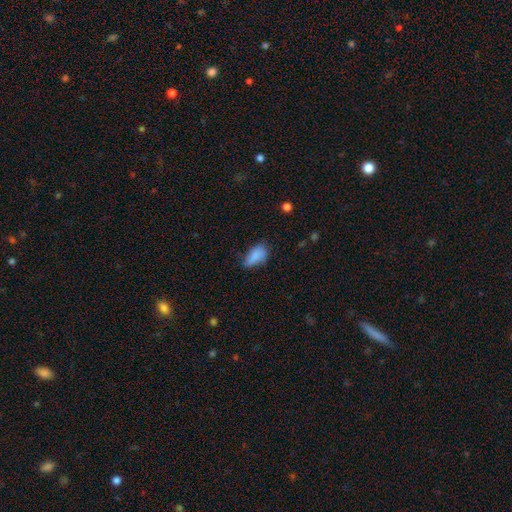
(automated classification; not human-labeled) Q: Smooth or featured?
A: smooth (82%); runner-up: featured or disk (9%)
Q: How rounded?
A: in between (91%); runner-up: cigar-shaped (5%)
Q: Merging?
A: none (49%); runner-up: minor disturbance (36%)